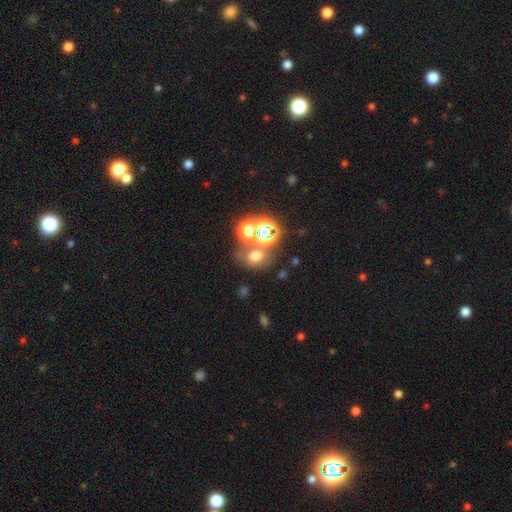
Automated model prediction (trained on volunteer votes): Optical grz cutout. It shows a smooth galaxy with no disk features (57%) that is round (57%). Merging: none (55%).